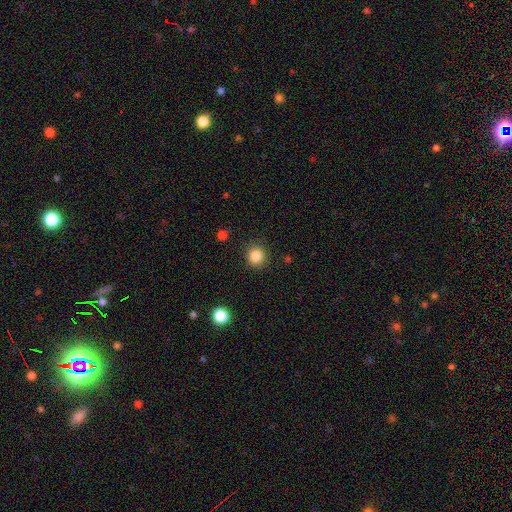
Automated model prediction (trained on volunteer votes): A smooth galaxy with no disk features (85%) that is round (90%).

Vote fractions:
- Smooth or featured? smooth: 85% / star or artifact: 11% / featured or disk: 4%
- How rounded? round: 90% / in between: 10% / cigar-shaped: 1%
- Merging? none: 89% / minor disturbance: 7% / major disturbance: 2% / merger: 1%